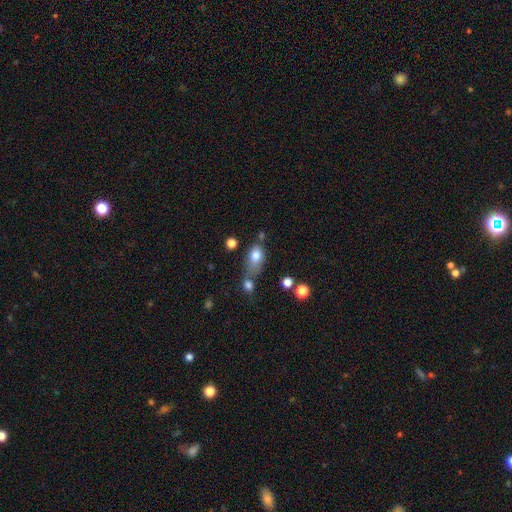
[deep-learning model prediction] Smooth or featured? smooth (78%)
How rounded? in between (80%)
Merging? none (33%)